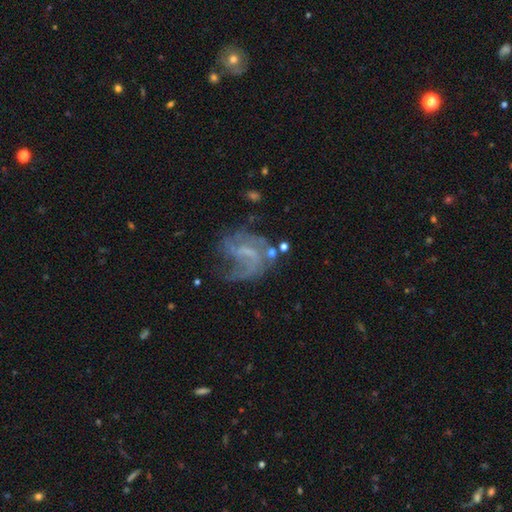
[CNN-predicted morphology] Smooth or featured? featured or disk (77%)
Edge-on disk? no (98%)
Bar? weak (47%)
Spiral arms? yes (85%)
Spiral winding? loose (52%)
Spiral arm count? 2 (37%)
Bulge size? none (50%)
Merging? none (47%)